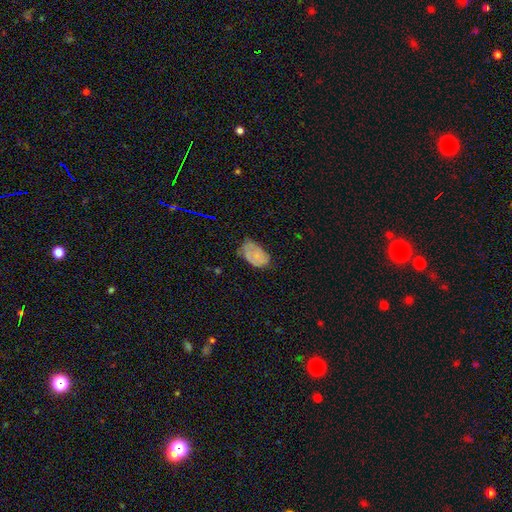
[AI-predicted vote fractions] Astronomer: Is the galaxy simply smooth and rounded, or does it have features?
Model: smooth — 59%.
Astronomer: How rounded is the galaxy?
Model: in between — 91%.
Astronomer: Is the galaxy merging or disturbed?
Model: none — 54% (runner-up: minor disturbance, 32%).